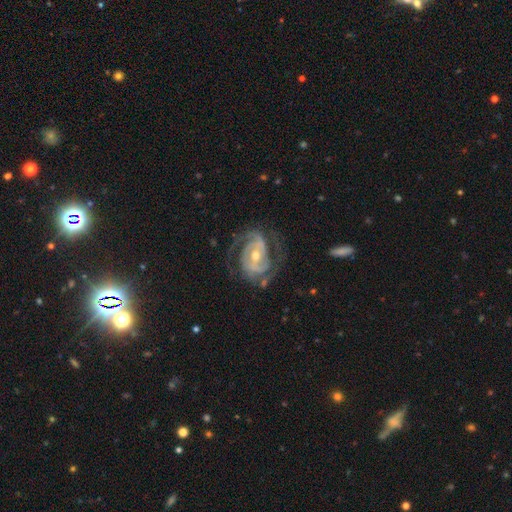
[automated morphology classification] smooth_or_featured: featured or disk (p=0.90) [alt: smooth p=0.05]
disk_edge_on: no (p=0.97) [alt: yes p=0.03]
bar: weak (p=0.36) [tied with: no p=0.36]
has_spiral_arms: yes (p=0.96) [alt: no p=0.04]
spiral_winding: tight (p=0.45) [alt: medium p=0.43]
spiral_arm_count: 2 (p=0.73) [alt: 3 p=0.11]
bulge_size: moderate (p=0.55) [alt: small p=0.41]
merging: none (p=0.68) [alt: minor disturbance p=0.17]